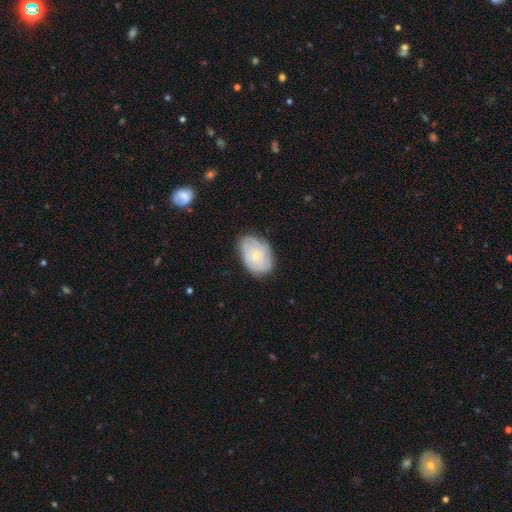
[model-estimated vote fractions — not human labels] smooth-or-featured: featured or disk: 47% | smooth: 46% | star or artifact: 7%
  merging: none: 68% | minor disturbance: 25% | major disturbance: 6% | merger: 1%